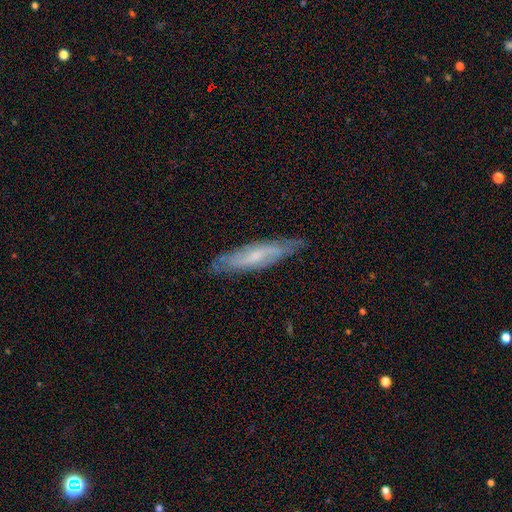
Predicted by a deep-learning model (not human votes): smooth_or_featured: featured or disk (p=0.61) [alt: smooth p=0.32]
disk_edge_on: no (p=0.56) [alt: yes p=0.44]
merging: none (p=0.76) [alt: minor disturbance p=0.19]